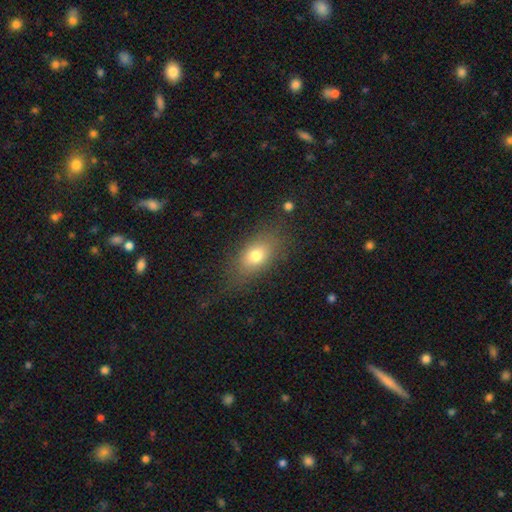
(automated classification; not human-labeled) Smooth or featured? smooth (74%)
How rounded? in between (80%)
Merging? none (74%)